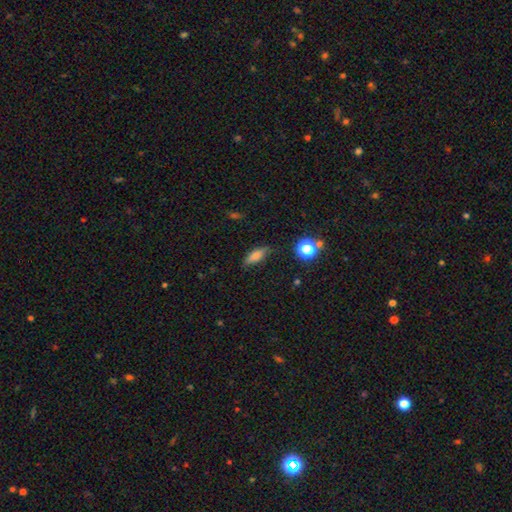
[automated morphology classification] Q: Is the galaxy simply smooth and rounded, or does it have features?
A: smooth — 70%.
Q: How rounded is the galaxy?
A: in between — 61%.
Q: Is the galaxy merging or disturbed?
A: none — 77%.